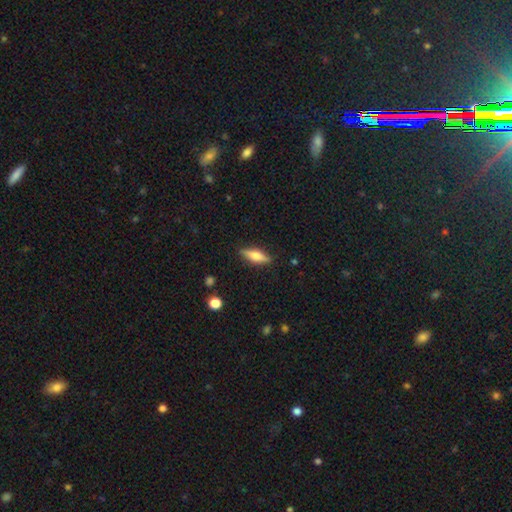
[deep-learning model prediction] Smooth or featured: smooth — 48% (featured or disk — 45%)
Merging: none — 86% (minor disturbance — 10%)